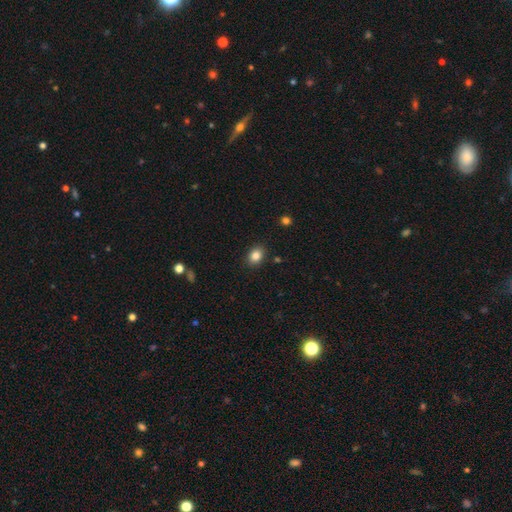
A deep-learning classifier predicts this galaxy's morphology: This is clearly a smooth galaxy (84%). How rounded: possibly in between (57%). Merging: clearly none (88%).